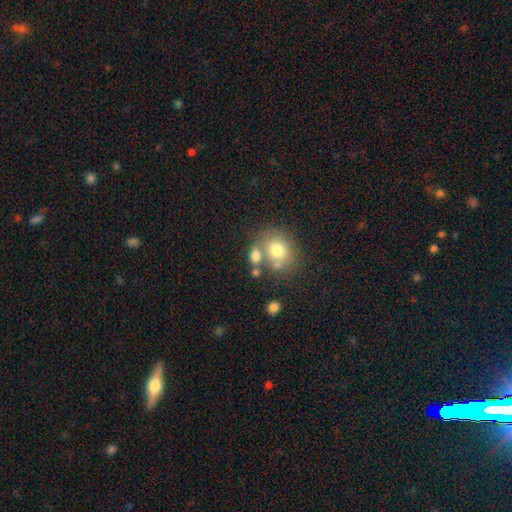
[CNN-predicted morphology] smooth 74%, featured or disk 15%, star or artifact 12%. Down the decision tree: how rounded — in between (53%); merging — none (48%).